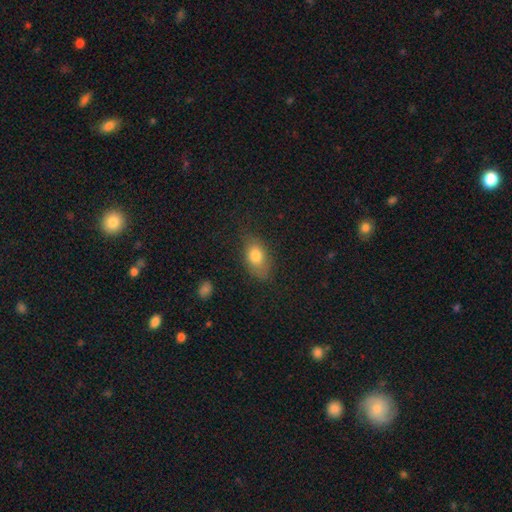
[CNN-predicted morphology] smooth 78%, featured or disk 13%, star or artifact 9%. Down the decision tree: how rounded — in between (84%); merging — none (72%).